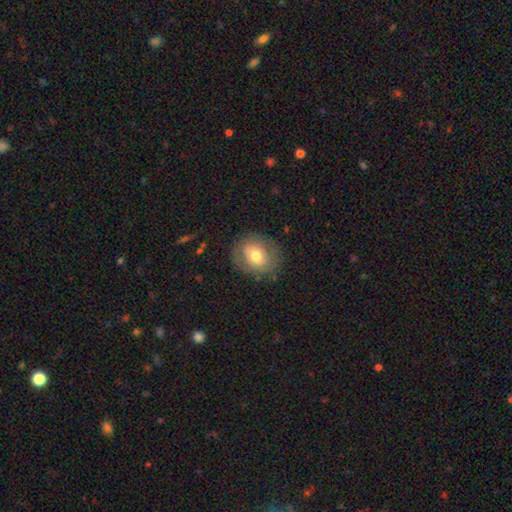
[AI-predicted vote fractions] Overall: smooth (57%; featured or disk 35%). How rounded: round (64%; in between 35%). Merging: none (77%).